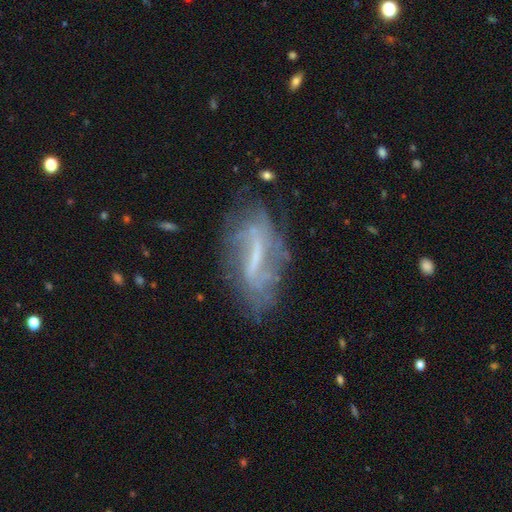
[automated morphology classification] This is likely a featured or disk galaxy (71%). It is clearly not viewed edge-on (85%). Bar: possibly strong (54%). Spiral arm pattern: likely yes (66%). Central bulge: marginally none (40%). Merging: likely none (60%).